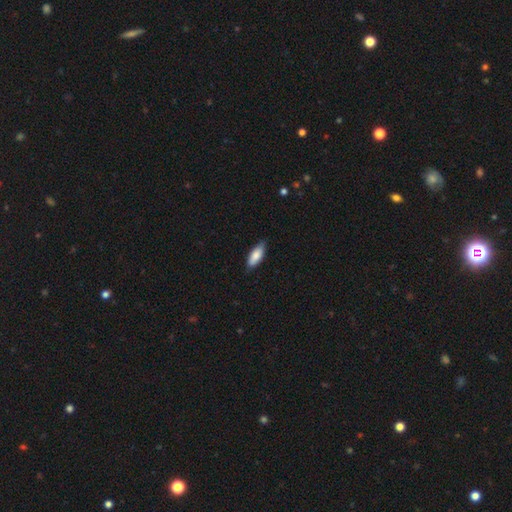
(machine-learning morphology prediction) Smooth or featured? smooth (81%)
How rounded? in between (74%)
Merging? none (79%)